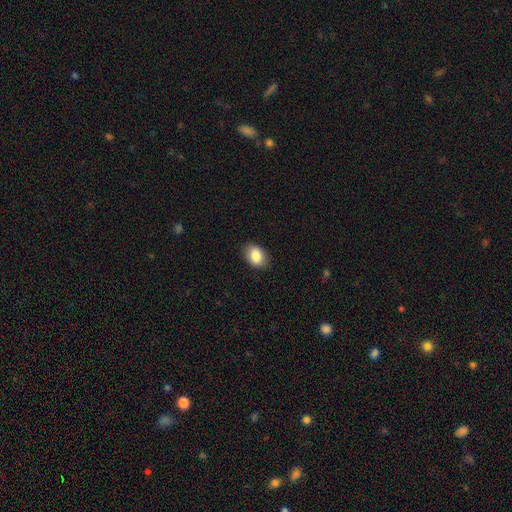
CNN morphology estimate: Smooth or featured?
  - smooth: 86% *
  - star or artifact: 7%
  - featured or disk: 7%
How rounded?
  - in between: 82% *
  - round: 16%
  - cigar-shaped: 1%
Merging?
  - none: 86% *
  - minor disturbance: 11%
  - major disturbance: 2%
  - merger: 1%